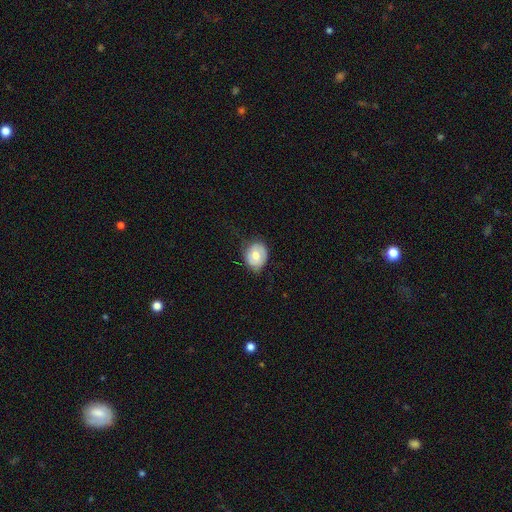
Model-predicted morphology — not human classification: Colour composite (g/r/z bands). It shows a smooth galaxy with no disk features (63%) that is round (57%). Merging: none (68%).